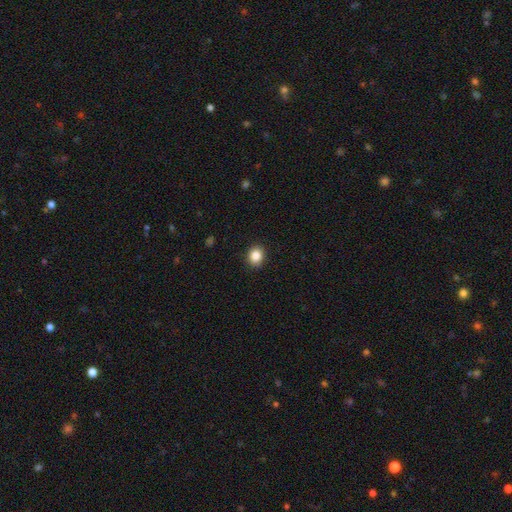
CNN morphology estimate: Smooth or featured? smooth (86%)
How rounded? round (64%)
Merging? none (90%)